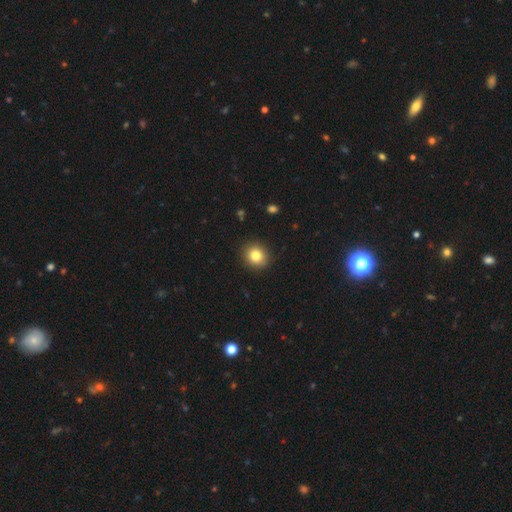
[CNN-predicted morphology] type=smooth (82%); roundness=round (83%); merging=none (91%).